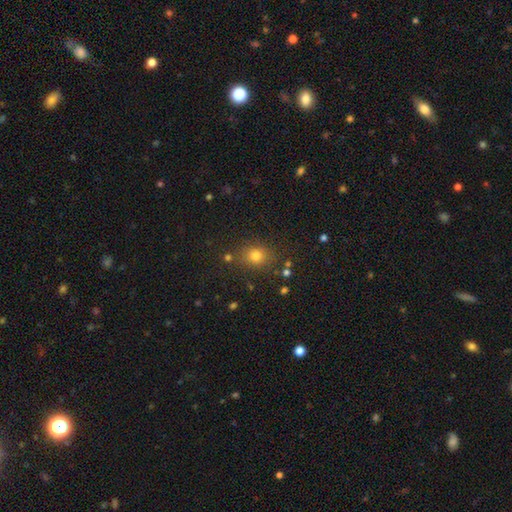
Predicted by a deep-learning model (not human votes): A smooth galaxy with no disk features (75%) that is round (74%). Merging: none (81%).